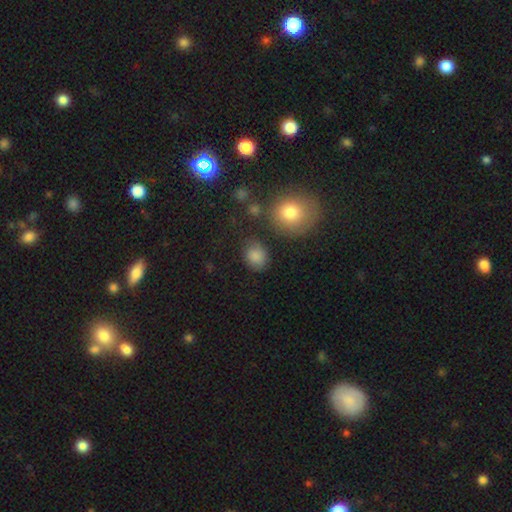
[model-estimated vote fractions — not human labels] Q: Smooth or featured?
A: smooth (84%); runner-up: star or artifact (10%)
Q: How rounded?
A: round (53%); runner-up: in between (46%)
Q: Merging?
A: none (74%); runner-up: minor disturbance (16%)